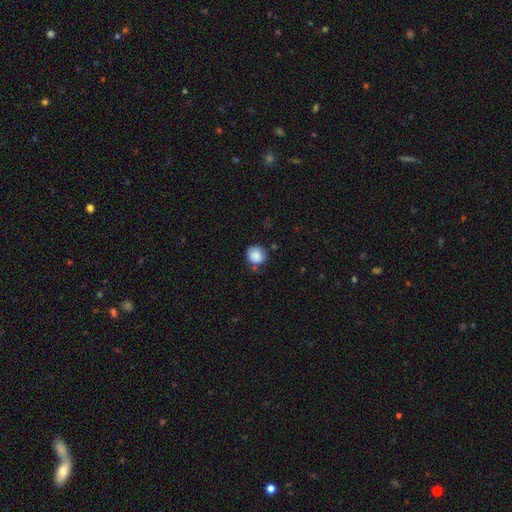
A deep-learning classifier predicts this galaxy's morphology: Smooth or featured? smooth (85%)
How rounded? round (88%)
Merging? none (70%)